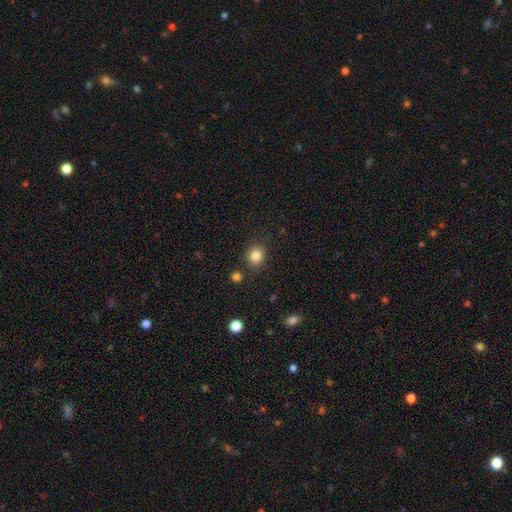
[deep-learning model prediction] Q: Smooth or featured?
A: smooth (84%); runner-up: star or artifact (11%)
Q: How rounded?
A: round (76%); runner-up: in between (23%)
Q: Merging?
A: none (85%); runner-up: minor disturbance (9%)